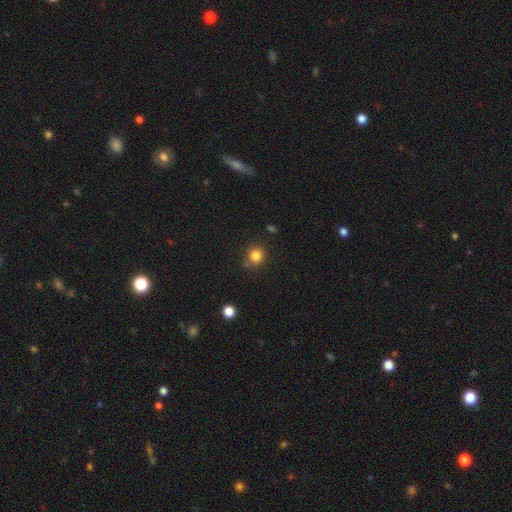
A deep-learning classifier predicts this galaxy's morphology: The model was most divided on "merging": none: 81%, minor disturbance: 12%, merger: 4%, major disturbance: 3%. More confident: how rounded — round (90%); smooth or featured — smooth (83%).